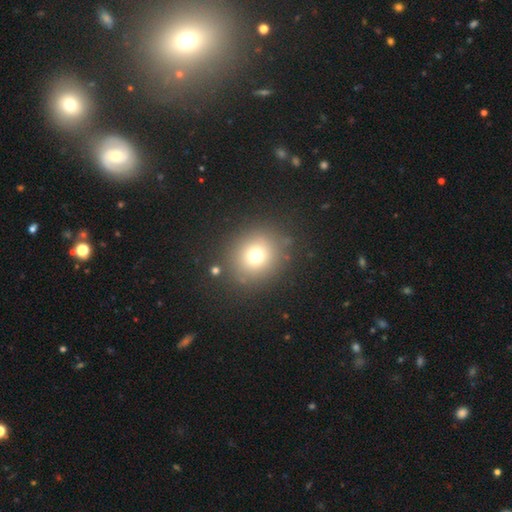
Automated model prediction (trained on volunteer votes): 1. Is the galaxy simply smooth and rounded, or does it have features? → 70% smooth, 18% star or artifact, 12% featured or disk.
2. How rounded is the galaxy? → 85% round, 14% in between, 1% cigar-shaped.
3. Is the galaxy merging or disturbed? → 85% none, 8% minor disturbance, 4% major disturbance, 3% merger.